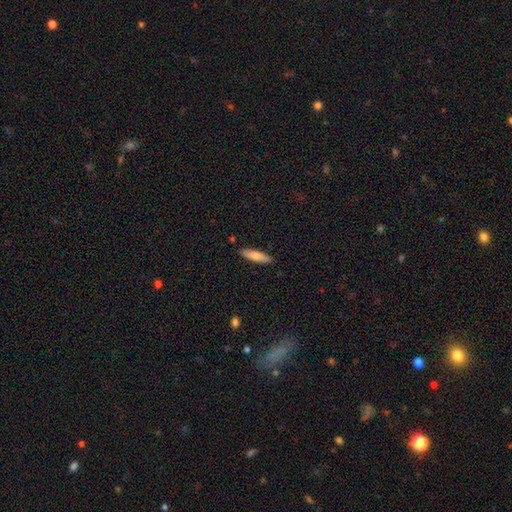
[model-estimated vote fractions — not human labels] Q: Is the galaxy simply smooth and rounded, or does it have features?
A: smooth — 75%.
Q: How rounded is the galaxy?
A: cigar-shaped — 76%.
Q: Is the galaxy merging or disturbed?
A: none — 89%.